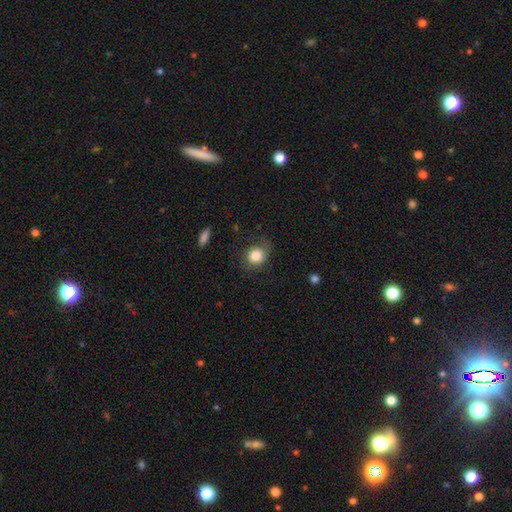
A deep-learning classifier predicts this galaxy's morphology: The model was most divided on "how rounded": round: 69%, in between: 31%, cigar-shaped: 1%. More confident: smooth or featured — smooth (81%); merging — none (70%).